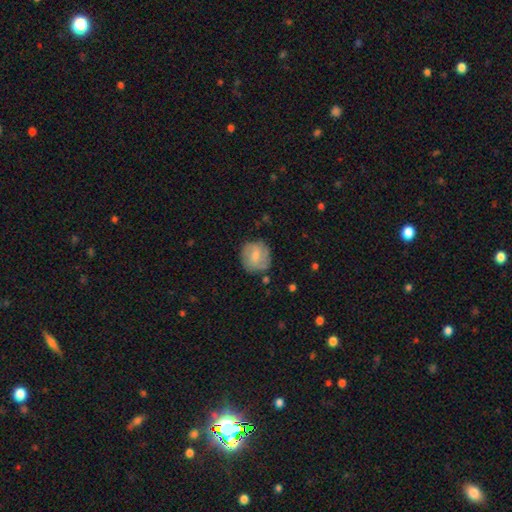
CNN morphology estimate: This appears to be a smooth galaxy with no disk features (56%) that is round (85%). Merging: none (73%).